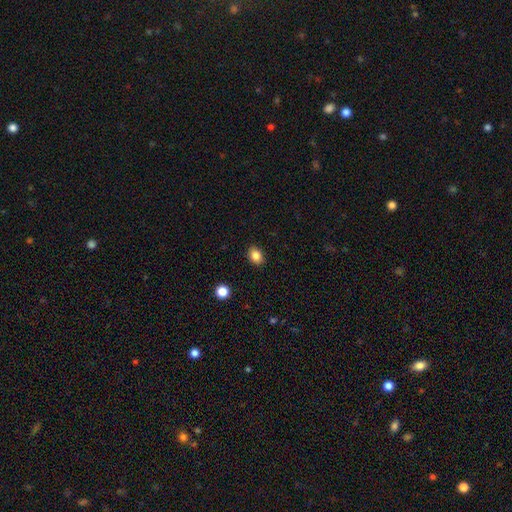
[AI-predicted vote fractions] Smooth or featured?
  - smooth: 85% *
  - star or artifact: 10%
  - featured or disk: 5%
How rounded?
  - in between: 67% *
  - round: 32%
  - cigar-shaped: 1%
Merging?
  - none: 89% *
  - minor disturbance: 8%
  - major disturbance: 2%
  - merger: 1%